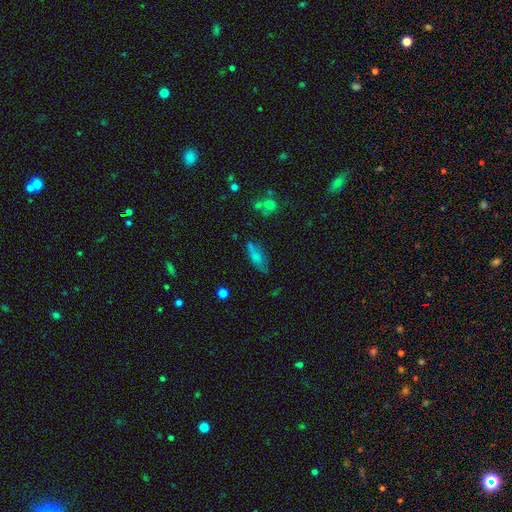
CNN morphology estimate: Smooth or featured?
  - smooth: 69% *
  - featured or disk: 20%
  - star or artifact: 11%
How rounded?
  - in between: 69% *
  - cigar-shaped: 28%
  - round: 3%
Merging?
  - none: 58% *
  - minor disturbance: 26%
  - major disturbance: 11%
  - merger: 6%